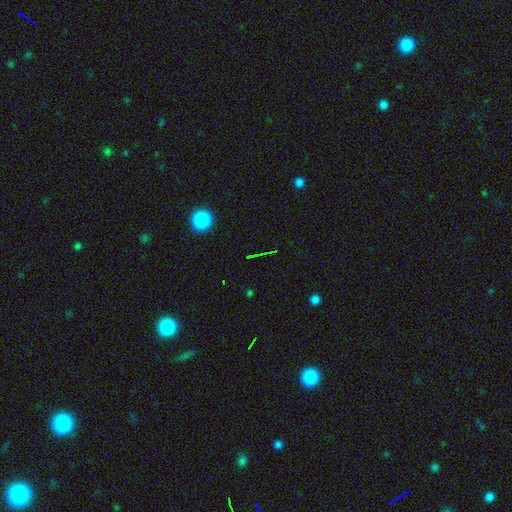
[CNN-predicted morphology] smooth-or-featured: star or artifact: 66% | smooth: 23% | featured or disk: 11%